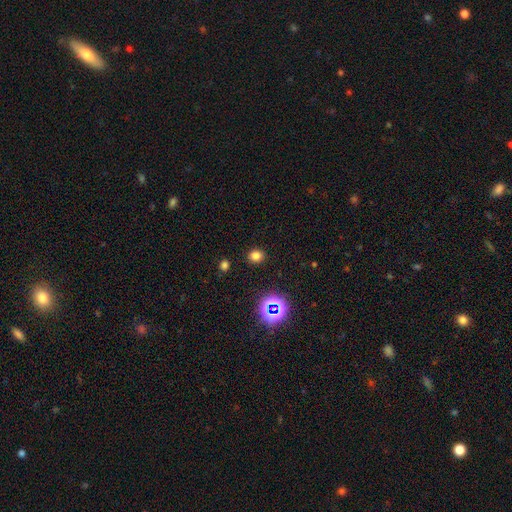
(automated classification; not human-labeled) Smooth or featured?
  - smooth: 74% *
  - star or artifact: 20%
  - featured or disk: 5%
How rounded?
  - round: 71% *
  - in between: 28%
  - cigar-shaped: 1%
Merging?
  - none: 89% *
  - minor disturbance: 7%
  - major disturbance: 2%
  - merger: 2%